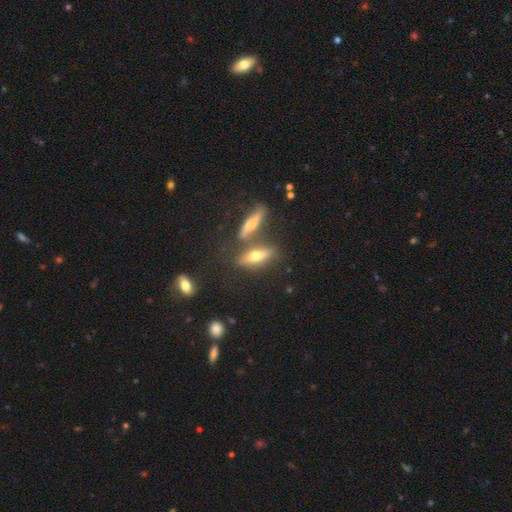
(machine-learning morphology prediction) Smooth or featured: smooth — 46% (featured or disk — 44%)
Merging: none — 54% (merger — 29%)